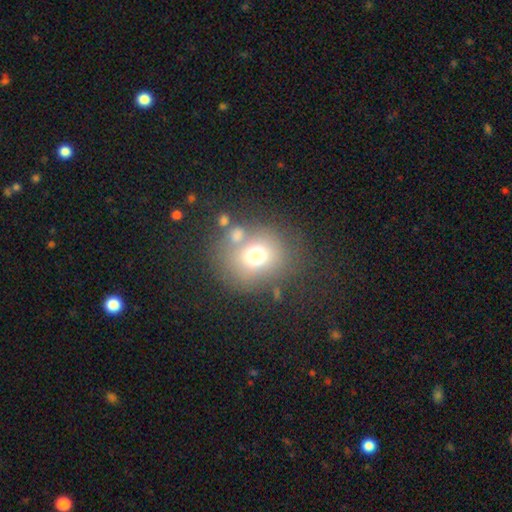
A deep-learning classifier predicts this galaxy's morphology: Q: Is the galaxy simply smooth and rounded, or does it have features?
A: smooth — 69%.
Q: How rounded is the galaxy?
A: round — 71%.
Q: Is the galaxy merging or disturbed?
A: none — 61%.